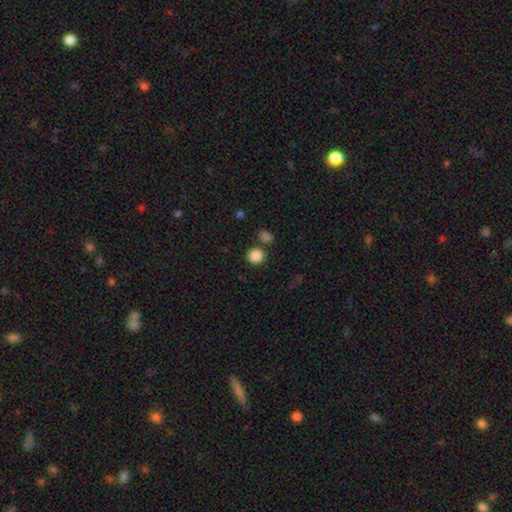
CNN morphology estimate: Smooth or featured? smooth (87%)
How rounded? round (88%)
Merging? none (77%)